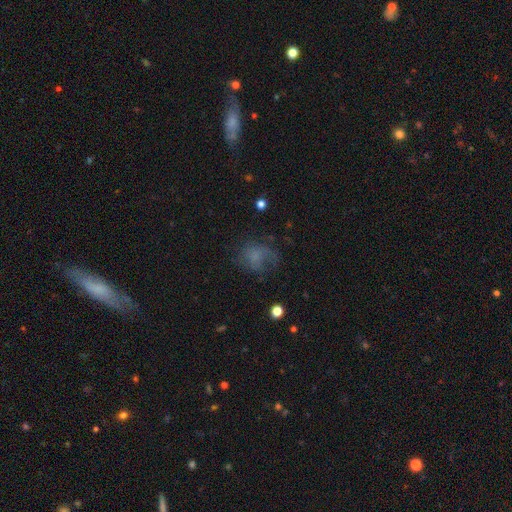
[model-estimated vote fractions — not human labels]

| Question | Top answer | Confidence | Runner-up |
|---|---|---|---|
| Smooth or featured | smooth | 55% | featured or disk (28%) |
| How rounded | in between | 50% | round (49%) |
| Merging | none | 42% | major disturbance (32%) |